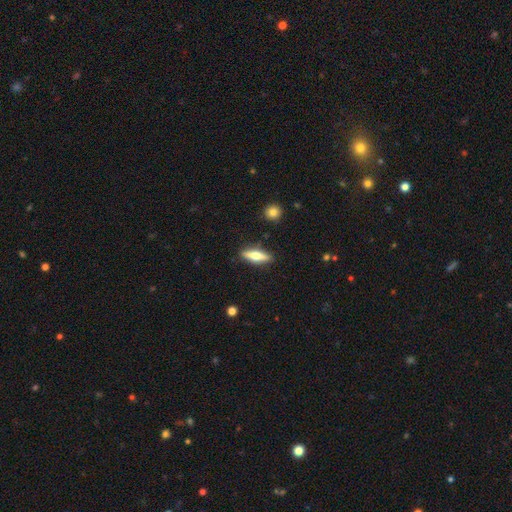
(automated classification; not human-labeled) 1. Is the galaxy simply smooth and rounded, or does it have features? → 49% smooth, 45% featured or disk, 6% star or artifact.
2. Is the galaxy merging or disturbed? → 88% none, 8% minor disturbance, 2% major disturbance, 2% merger.